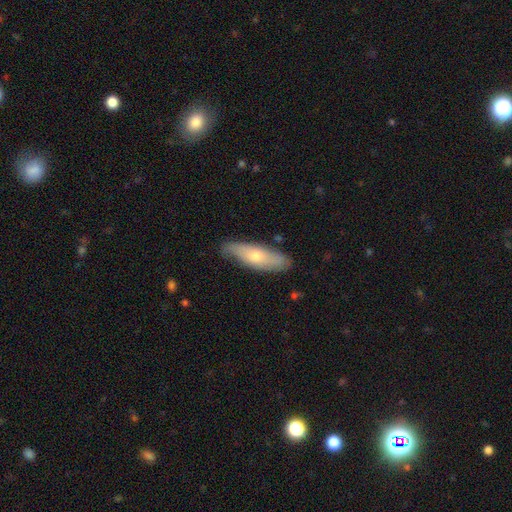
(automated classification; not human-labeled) This appears to be a smooth galaxy with no disk features (58%) that is cigar-shaped (51%). Merging: none (78%).